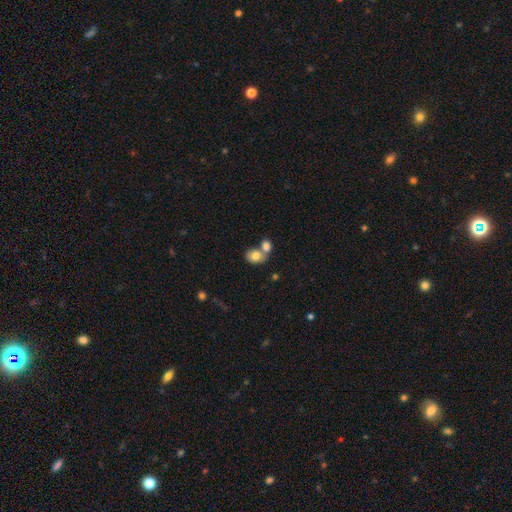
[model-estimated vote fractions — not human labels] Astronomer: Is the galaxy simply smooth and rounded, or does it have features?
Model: smooth — 78%.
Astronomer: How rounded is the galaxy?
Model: in between — 54% (runner-up: round, 45%).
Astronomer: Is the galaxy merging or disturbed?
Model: merger — 56% (runner-up: none, 32%).